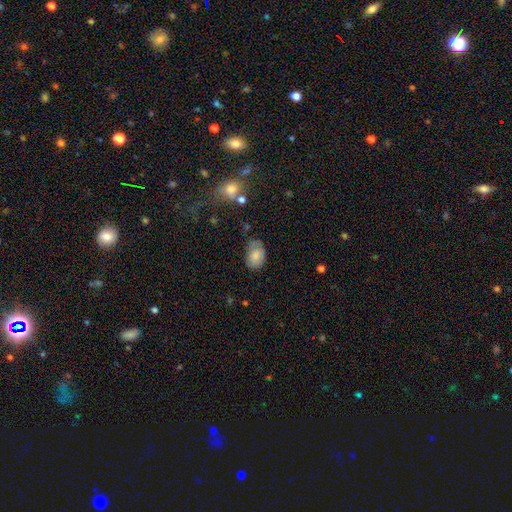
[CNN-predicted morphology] smooth_or_featured: smooth (p=0.78) [alt: featured or disk p=0.14]
how_rounded: in between (p=0.85) [alt: round p=0.14]
merging: none (p=0.59) [alt: minor disturbance p=0.30]